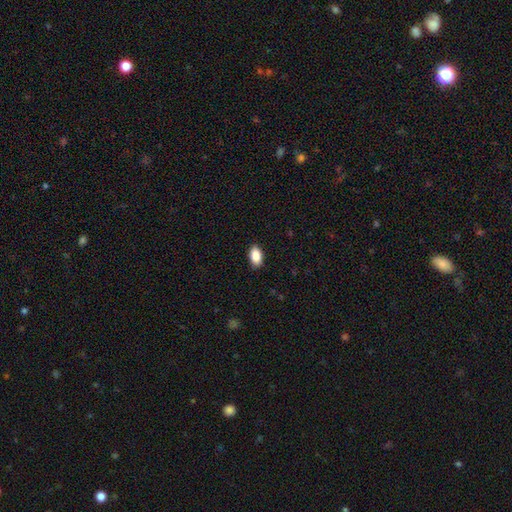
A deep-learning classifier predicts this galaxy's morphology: A smooth galaxy with no disk features (88%) that is in between round and cigar-shaped (92%).

Vote fractions:
- Smooth or featured? smooth: 88% / star or artifact: 7% / featured or disk: 5%
- How rounded? in between: 92% / round: 5% / cigar-shaped: 3%
- Merging? none: 89% / minor disturbance: 9% / major disturbance: 2% / merger: 1%